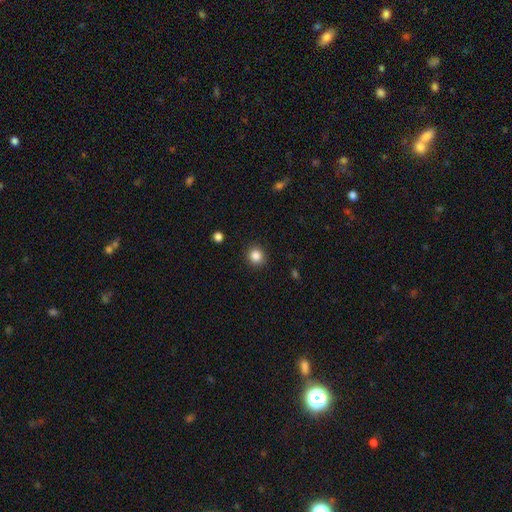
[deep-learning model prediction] Smooth or featured: smooth — 86% (star or artifact — 11%)
How rounded: round — 89% (in between — 11%)
Merging: none — 90% (minor disturbance — 7%)